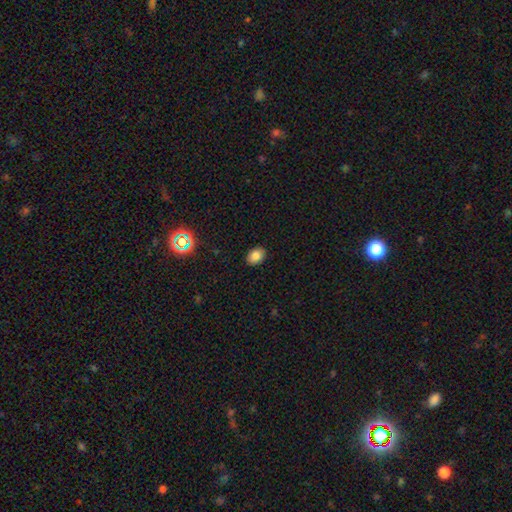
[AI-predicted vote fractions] This is clearly a smooth galaxy (83%). How rounded: likely in between (76%). Merging: clearly none (89%).